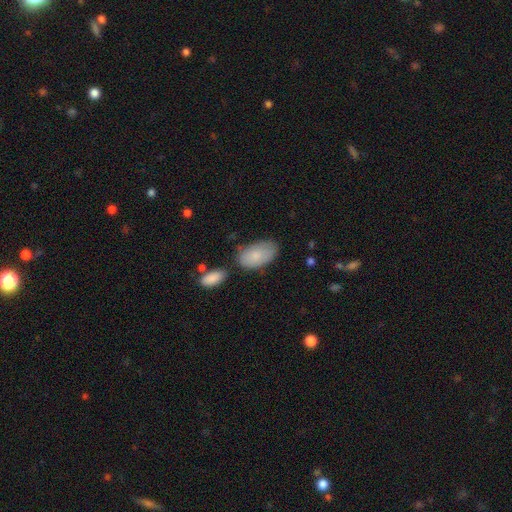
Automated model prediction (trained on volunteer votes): A smooth galaxy with no disk features (83%) that is in between round and cigar-shaped (95%). Merging: none (62%).